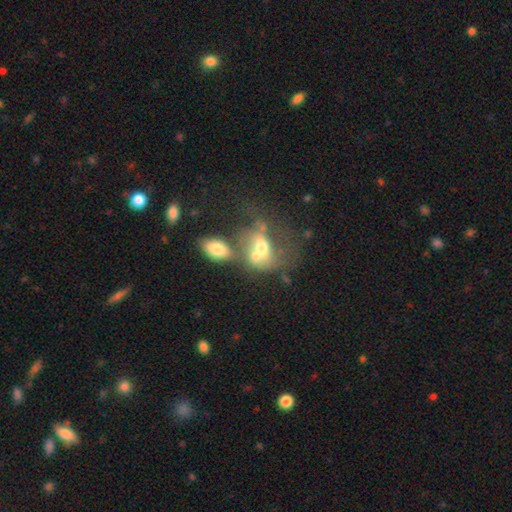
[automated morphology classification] smooth_or_featured: smooth (p=0.53) [alt: featured or disk p=0.35]
how_rounded: in between (p=0.68) [alt: round p=0.30]
merging: merger (p=0.57) [alt: none p=0.17]